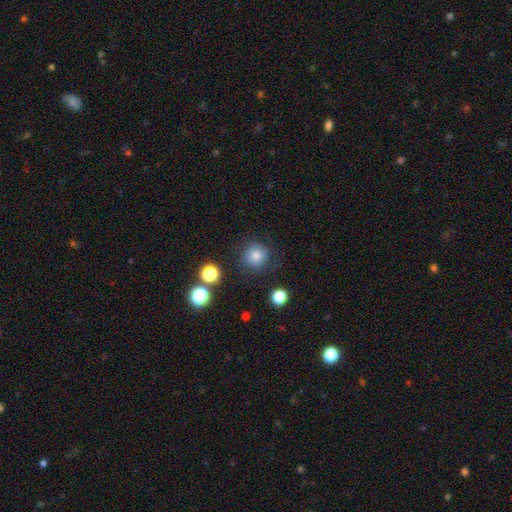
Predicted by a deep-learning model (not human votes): Smooth or featured? Predicted: smooth (p=0.81). How rounded? Predicted: round (p=0.92). Merging? Predicted: none (p=0.82).